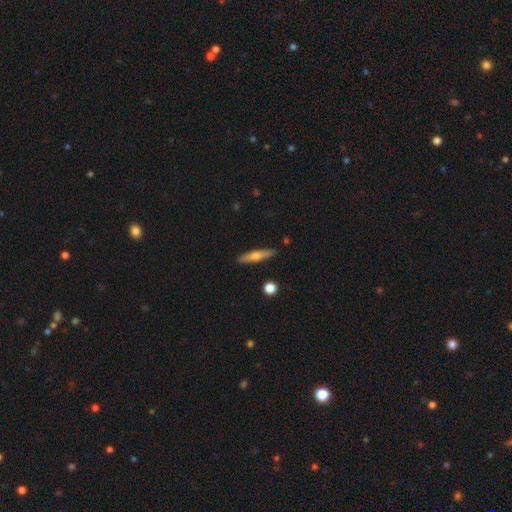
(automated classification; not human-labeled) Smooth or featured: smooth — 53% (featured or disk — 40%)
How rounded: cigar-shaped — 82% (in between — 15%)
Merging: none — 87% (minor disturbance — 9%)